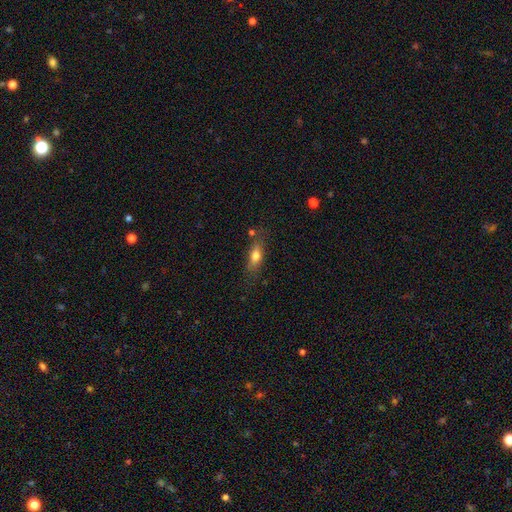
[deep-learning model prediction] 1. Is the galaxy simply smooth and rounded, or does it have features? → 71% smooth, 20% featured or disk, 9% star or artifact.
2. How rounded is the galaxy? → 66% in between, 28% cigar-shaped, 6% round.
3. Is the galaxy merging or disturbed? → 70% none, 19% minor disturbance, 6% major disturbance, 6% merger.